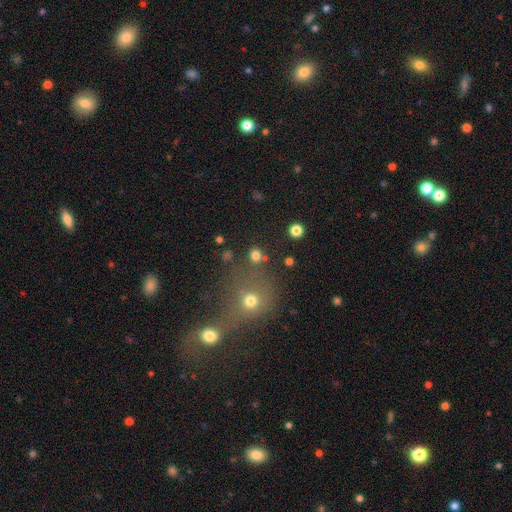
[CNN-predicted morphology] This appears to be a smooth galaxy with no disk features (77%) that is round (87%). Merging: none (76%).